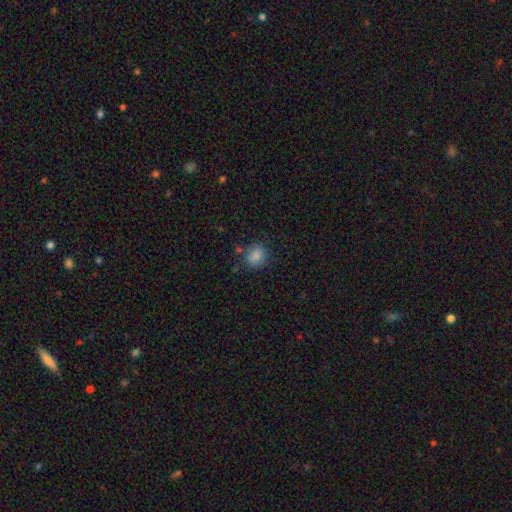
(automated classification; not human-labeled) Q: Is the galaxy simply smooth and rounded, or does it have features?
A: smooth — 85%.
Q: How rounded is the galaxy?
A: round — 66%.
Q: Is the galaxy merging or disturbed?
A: none — 75%.